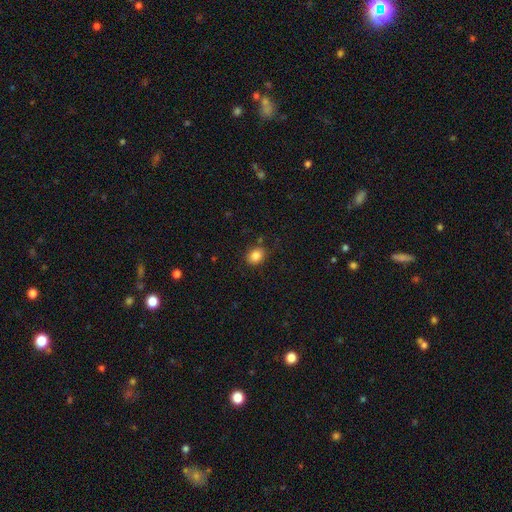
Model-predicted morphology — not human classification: Overall: smooth (84%). How rounded: round (59%; in between 40%). Merging: none (82%).